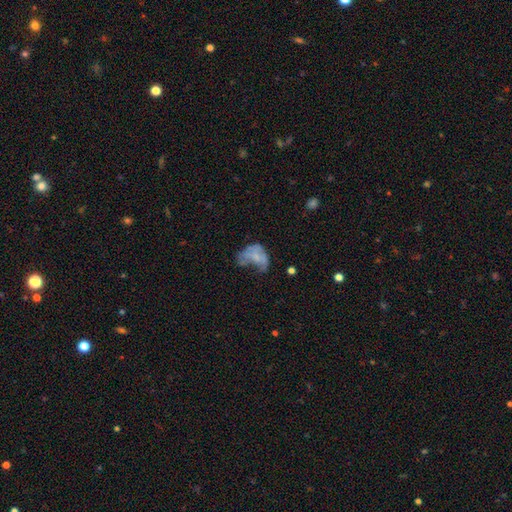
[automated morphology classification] Smooth or featured: smooth — 46% (featured or disk — 41%)
Merging: major disturbance — 47% (minor disturbance — 24%)